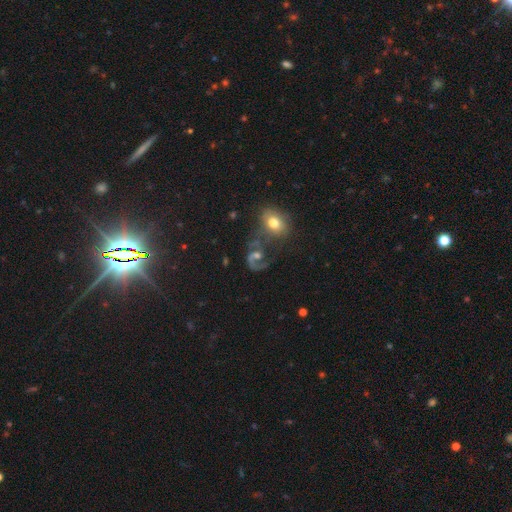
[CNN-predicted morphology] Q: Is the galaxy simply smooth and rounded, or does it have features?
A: featured or disk — 67%.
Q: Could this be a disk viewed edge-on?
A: no — 97%.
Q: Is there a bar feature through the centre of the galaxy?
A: no — 55%.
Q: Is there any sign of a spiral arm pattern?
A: yes — 85%.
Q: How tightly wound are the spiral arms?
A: medium — 44%.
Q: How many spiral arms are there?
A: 2 — 63%.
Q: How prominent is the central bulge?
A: moderate — 51%.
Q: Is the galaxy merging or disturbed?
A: none — 37%.